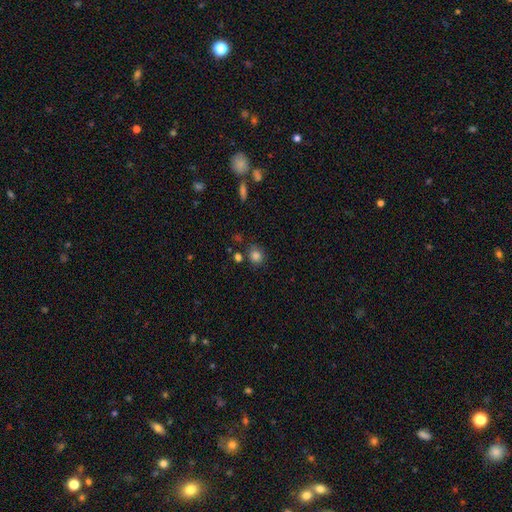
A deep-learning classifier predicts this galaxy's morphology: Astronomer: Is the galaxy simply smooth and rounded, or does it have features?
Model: smooth — 83%.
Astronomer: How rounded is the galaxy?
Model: round — 75%.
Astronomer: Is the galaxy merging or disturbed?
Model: none — 75%.